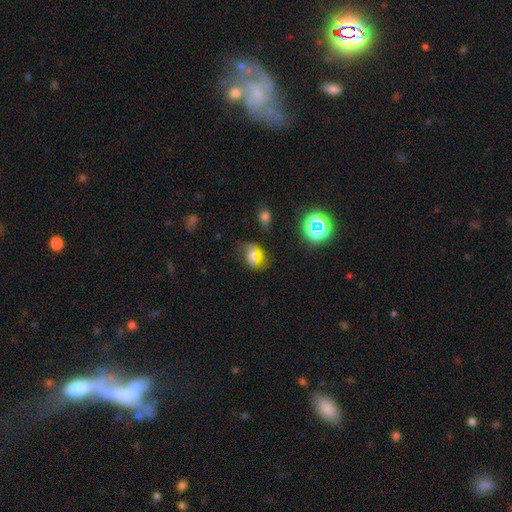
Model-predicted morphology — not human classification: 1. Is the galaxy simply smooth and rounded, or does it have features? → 54% smooth, 24% featured or disk, 22% star or artifact.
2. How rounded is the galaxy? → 71% in between, 26% round, 2% cigar-shaped.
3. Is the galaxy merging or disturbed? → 53% none, 27% minor disturbance, 15% major disturbance, 4% merger.